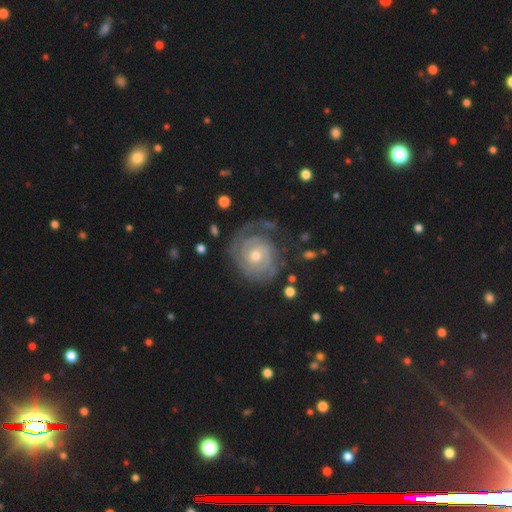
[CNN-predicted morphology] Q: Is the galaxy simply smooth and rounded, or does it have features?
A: featured or disk — 87%.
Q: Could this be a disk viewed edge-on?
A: no — 98%.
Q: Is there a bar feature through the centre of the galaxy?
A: no — 69%.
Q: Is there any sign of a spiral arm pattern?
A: yes — 95%.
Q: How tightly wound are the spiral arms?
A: tight — 79%.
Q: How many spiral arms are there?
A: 2 — 39%.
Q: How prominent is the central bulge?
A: moderate — 54%.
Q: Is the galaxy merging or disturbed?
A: none — 68%.